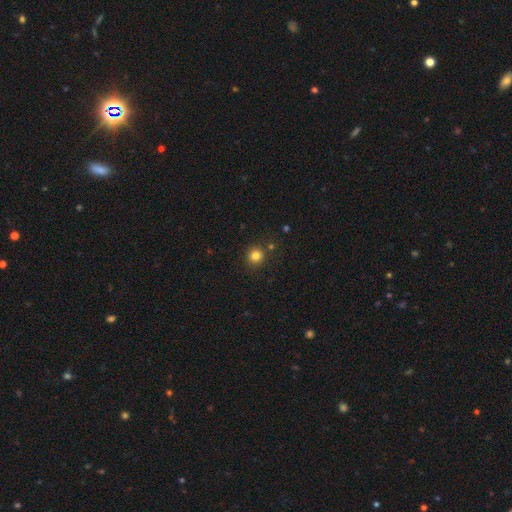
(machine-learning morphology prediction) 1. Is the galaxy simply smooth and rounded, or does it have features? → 81% smooth, 14% star or artifact, 5% featured or disk.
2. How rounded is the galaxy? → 93% round, 6% in between, 1% cigar-shaped.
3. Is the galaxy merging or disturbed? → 86% none, 7% minor disturbance, 5% merger, 2% major disturbance.